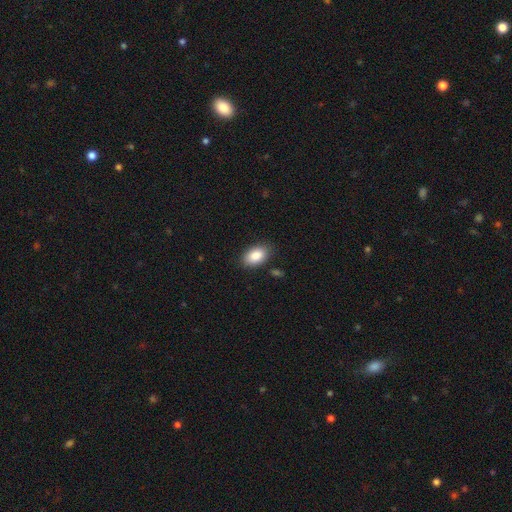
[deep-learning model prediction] Smooth or featured? Predicted: smooth (p=0.88). How rounded? Predicted: in between (p=0.92). Merging? Predicted: none (p=0.84).